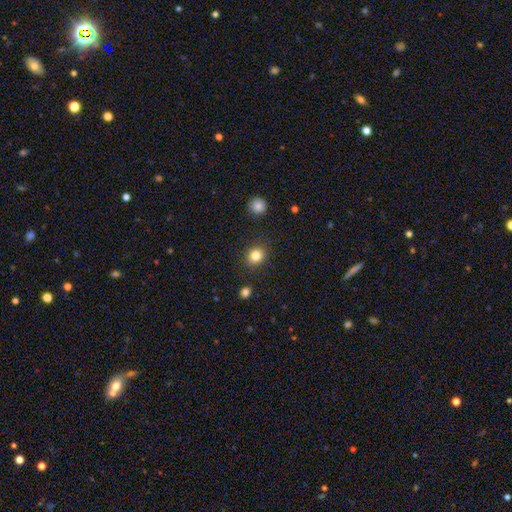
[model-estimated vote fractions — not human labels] smooth 83%, star or artifact 11%, featured or disk 6%. Down the decision tree: how rounded — round (76%); merging — none (88%).